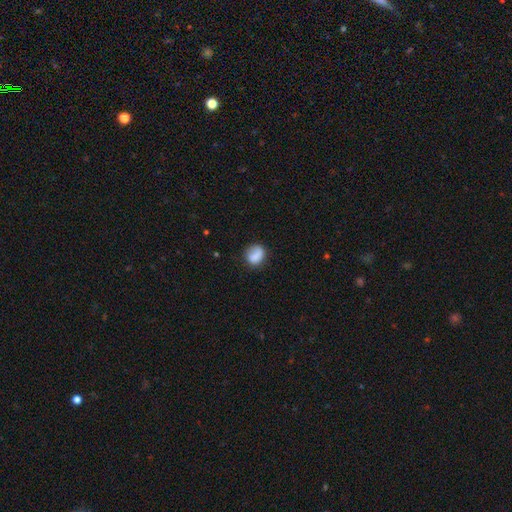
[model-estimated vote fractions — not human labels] A smooth galaxy with no disk features (82%) that is round (61%). Merging: none (65%).